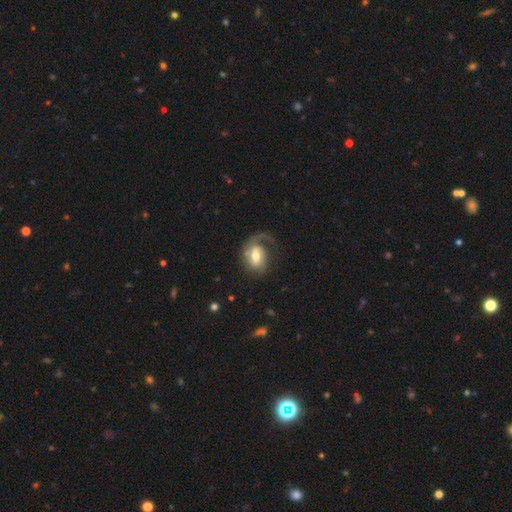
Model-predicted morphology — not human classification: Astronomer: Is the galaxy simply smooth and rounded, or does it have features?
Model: featured or disk — 68%.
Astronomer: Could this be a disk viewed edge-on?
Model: no — 96%.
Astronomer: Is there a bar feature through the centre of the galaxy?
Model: weak — 44% (runner-up: no, 38%).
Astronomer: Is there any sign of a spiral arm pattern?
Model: yes — 88%.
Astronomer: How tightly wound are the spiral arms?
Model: medium — 38% (runner-up: loose, 37%).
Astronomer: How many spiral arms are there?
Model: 1 — 66%.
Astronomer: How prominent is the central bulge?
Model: moderate — 65%.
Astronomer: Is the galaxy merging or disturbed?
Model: none — 45% (runner-up: major disturbance, 33%).